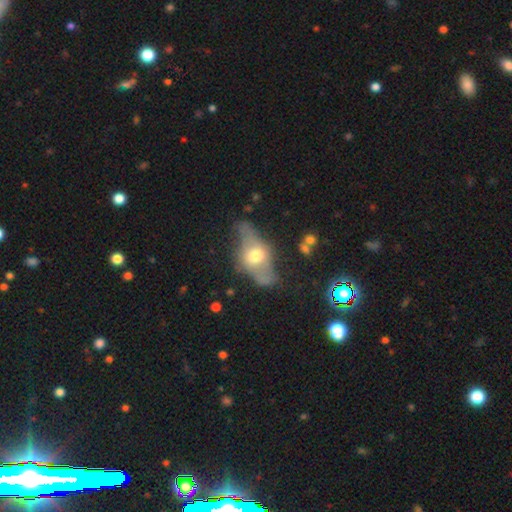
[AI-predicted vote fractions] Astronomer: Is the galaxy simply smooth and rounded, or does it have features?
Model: featured or disk — 49% (runner-up: smooth, 41%).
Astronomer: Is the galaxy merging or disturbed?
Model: none — 36% (runner-up: major disturbance, 31%).